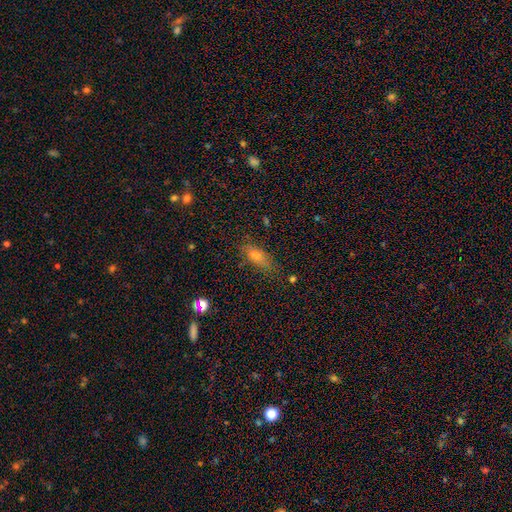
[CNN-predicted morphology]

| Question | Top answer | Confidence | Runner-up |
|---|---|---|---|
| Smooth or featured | smooth | 62% | featured or disk (19%) |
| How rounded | in between | 60% | cigar-shaped (34%) |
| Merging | none | 67% | minor disturbance (22%) |